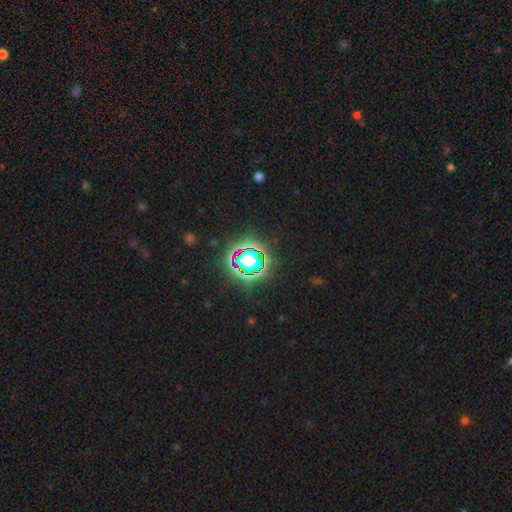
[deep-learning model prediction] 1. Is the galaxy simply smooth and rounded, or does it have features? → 76% star or artifact, 15% smooth, 9% featured or disk.